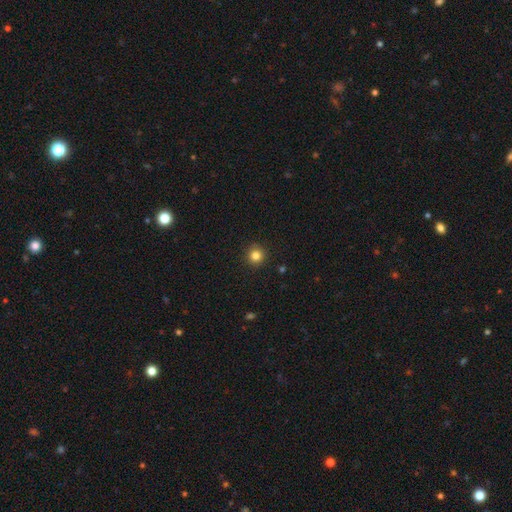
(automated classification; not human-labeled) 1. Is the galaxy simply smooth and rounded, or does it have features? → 83% smooth, 12% star or artifact, 5% featured or disk.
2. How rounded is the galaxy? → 95% round, 4% in between, 1% cigar-shaped.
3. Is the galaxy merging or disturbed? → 92% none, 6% minor disturbance, 2% major disturbance, 1% merger.